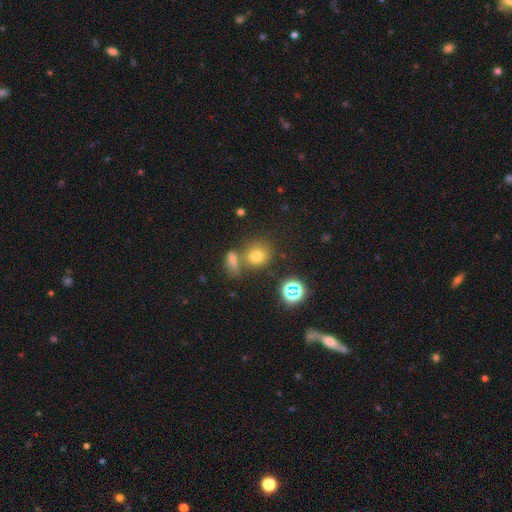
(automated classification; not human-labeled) A smooth galaxy with no disk features (60%) that is round (81%).

Vote fractions:
- Smooth or featured? smooth: 60% / star or artifact: 25% / featured or disk: 15%
- How rounded? round: 81% / in between: 17% / cigar-shaped: 3%
- Merging? none: 61% / merger: 26% / minor disturbance: 9% / major disturbance: 4%